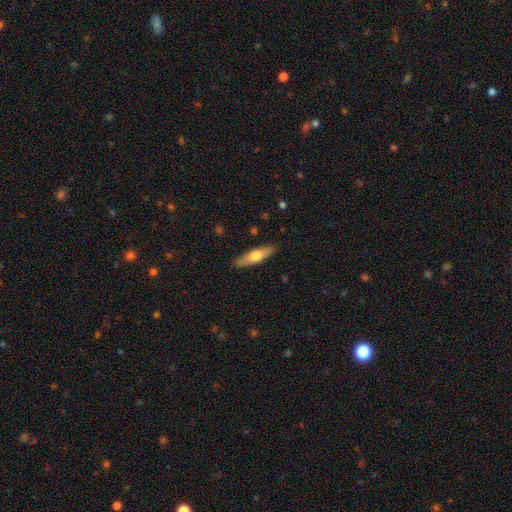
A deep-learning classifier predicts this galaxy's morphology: type=smooth (53%); roundness=cigar-shaped (70%); merging=none (89%).